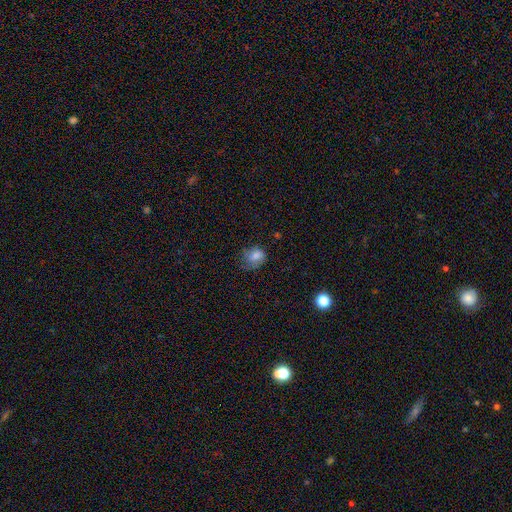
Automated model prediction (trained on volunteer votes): Smooth or featured: smooth — 78% (featured or disk — 12%)
How rounded: round — 55% (in between — 44%)
Merging: none — 50% (minor disturbance — 32%)